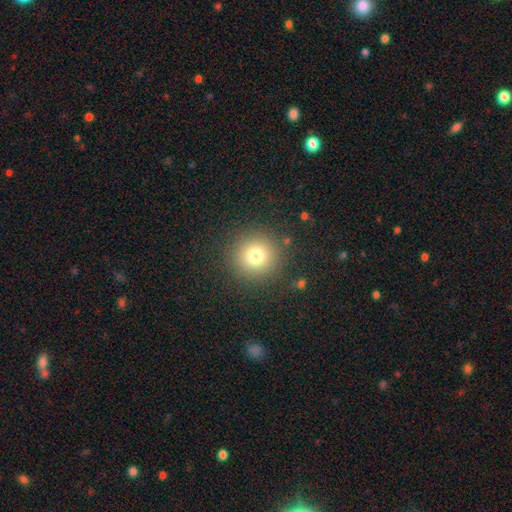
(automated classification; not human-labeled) This is likely a smooth galaxy (76%). How rounded: clearly round (95%). Merging: clearly none (88%).